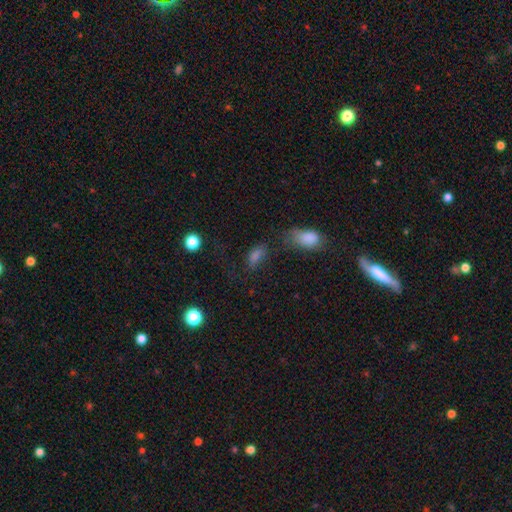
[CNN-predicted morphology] smooth 68%, star or artifact 19%, featured or disk 13%. Down the decision tree: how rounded — in between (80%); merging — none (48%).